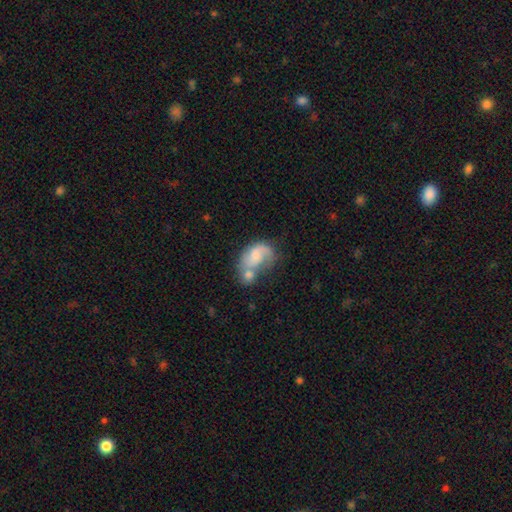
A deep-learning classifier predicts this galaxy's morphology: Q: Smooth or featured?
A: smooth (48%); runner-up: featured or disk (44%)
Q: Merging?
A: merger (55%); runner-up: none (16%)